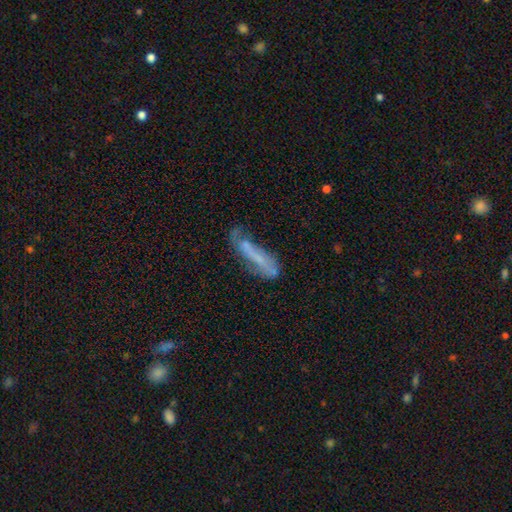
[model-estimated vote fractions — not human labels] The model was most divided on "smooth or featured": featured or disk: 50%, smooth: 39%, star or artifact: 11%. Remaining: edge-on disk — no (64%); merging — none (42%).